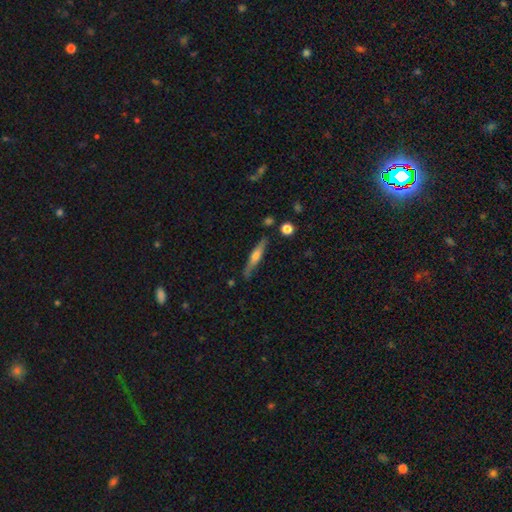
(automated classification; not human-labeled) The model was most divided on "smooth or featured": featured or disk: 58%, smooth: 36%, star or artifact: 7%. More confident: edge-on disk — yes (95%); merging — none (82%); edge-on bulge — rounded (81%).